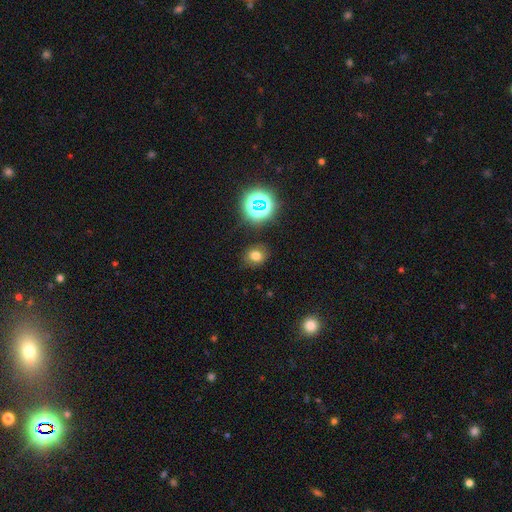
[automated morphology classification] Smooth or featured?
  - smooth: 71% *
  - star or artifact: 21%
  - featured or disk: 8%
How rounded?
  - round: 66% *
  - in between: 33%
  - cigar-shaped: 1%
Merging?
  - none: 83% *
  - minor disturbance: 11%
  - major disturbance: 4%
  - merger: 2%